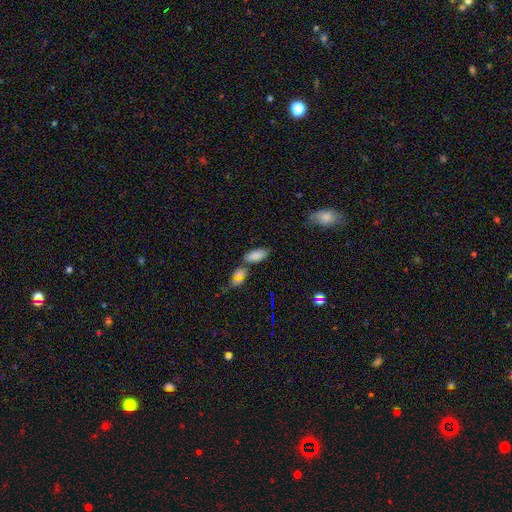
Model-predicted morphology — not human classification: Smooth or featured?
  - smooth: 83% *
  - star or artifact: 10%
  - featured or disk: 7%
How rounded?
  - in between: 90% *
  - cigar-shaped: 7%
  - round: 3%
Merging?
  - none: 63% *
  - merger: 18%
  - minor disturbance: 14%
  - major disturbance: 4%